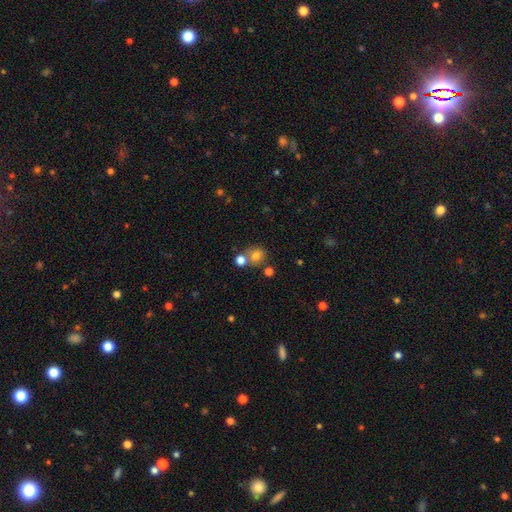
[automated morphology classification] A smooth galaxy with no disk features (76%) that is round (81%). Merging: none (59%).